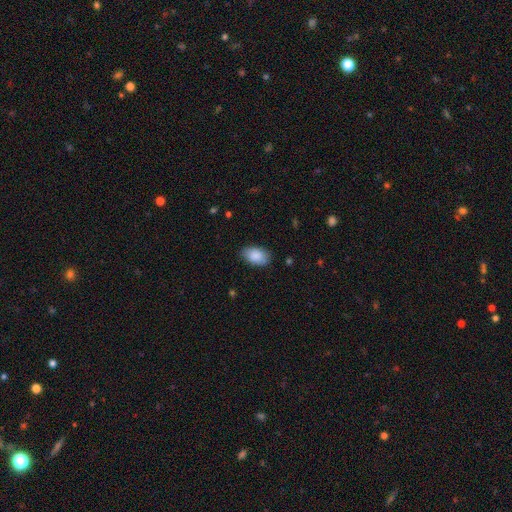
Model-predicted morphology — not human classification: smooth 89%, star or artifact 6%, featured or disk 5%. Down the decision tree: how rounded — in between (93%); merging — none (84%).